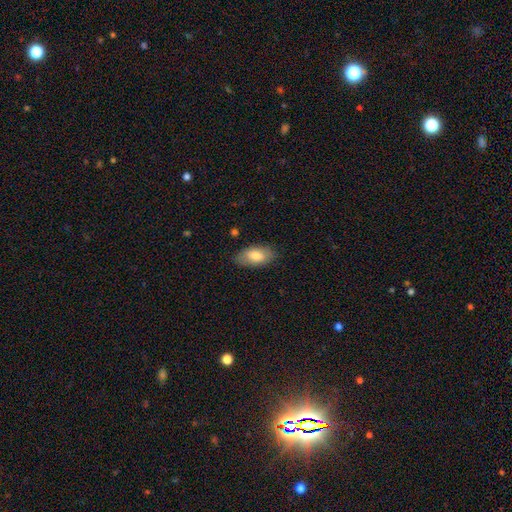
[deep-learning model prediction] The model was most divided on "smooth or featured": smooth: 79%, featured or disk: 15%, star or artifact: 6%. More confident: how rounded — in between (92%); merging — none (82%).